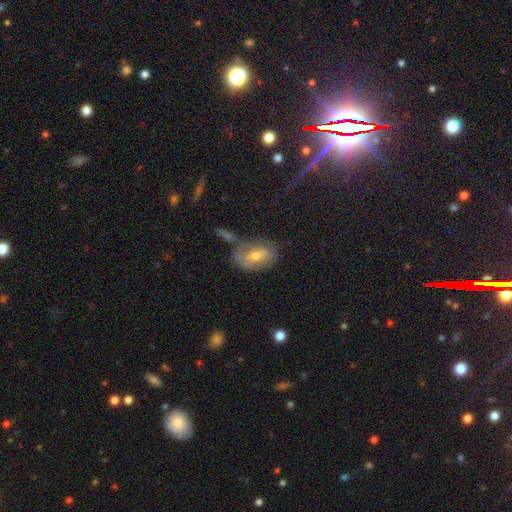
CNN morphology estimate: This appears to be a featured or disk galaxy (51%). Merging: none (51%).